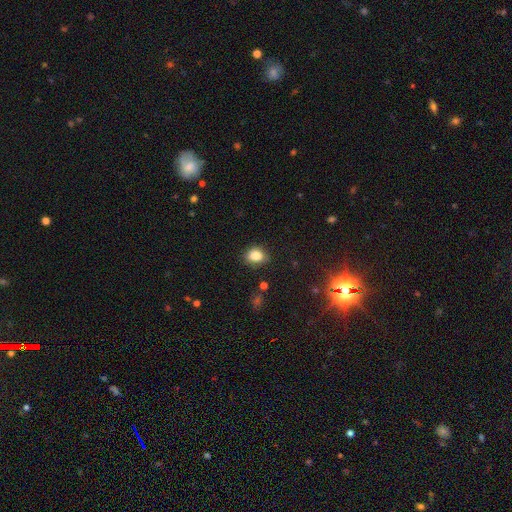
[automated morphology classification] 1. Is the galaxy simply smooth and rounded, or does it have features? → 83% smooth, 11% star or artifact, 6% featured or disk.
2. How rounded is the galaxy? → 56% in between, 43% round, 1% cigar-shaped.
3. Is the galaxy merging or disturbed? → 79% none, 15% minor disturbance, 3% major disturbance, 2% merger.